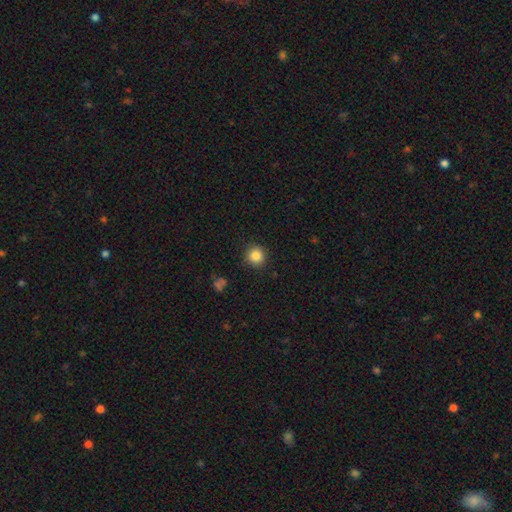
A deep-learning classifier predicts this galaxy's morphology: Smooth or featured? smooth (85%)
How rounded? round (93%)
Merging? none (91%)